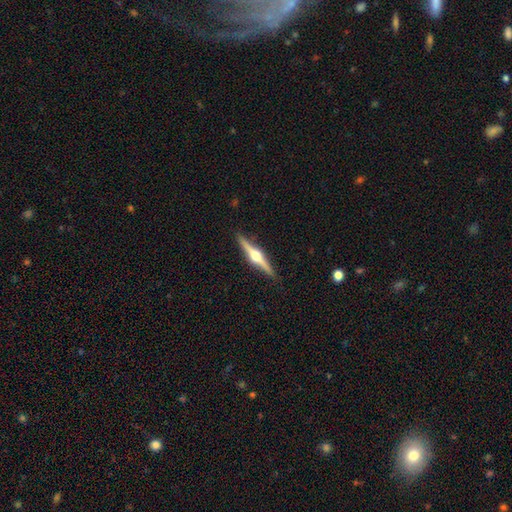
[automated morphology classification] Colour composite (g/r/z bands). It shows a featured or disk galaxy (81%) viewed edge-on (98%) with a rounded central bulge (96%). Merging: none (91%).